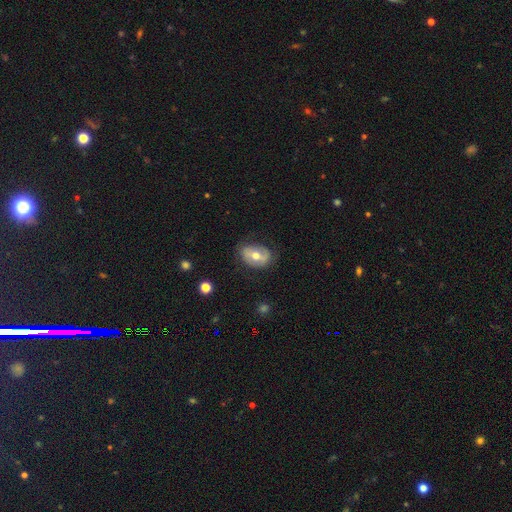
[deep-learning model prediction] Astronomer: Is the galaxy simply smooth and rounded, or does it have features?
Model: featured or disk — 51% (runner-up: smooth, 42%).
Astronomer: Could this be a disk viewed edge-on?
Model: no — 93%.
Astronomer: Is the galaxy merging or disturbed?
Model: none — 71%.